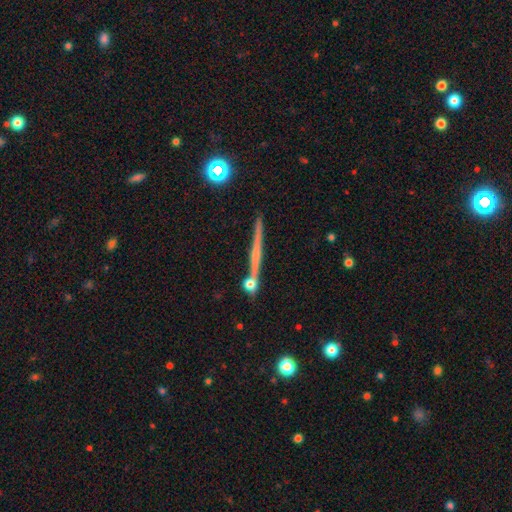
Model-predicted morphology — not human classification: This is likely a featured or disk galaxy (64%). It is clearly viewed edge-on (97%). Edge-on bulge: possibly none (60%). Merging: clearly none (83%).